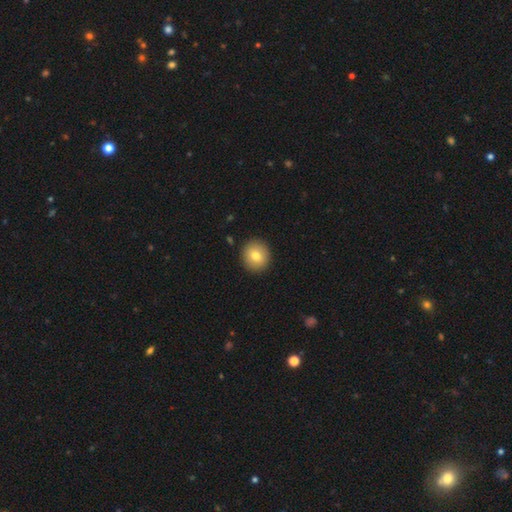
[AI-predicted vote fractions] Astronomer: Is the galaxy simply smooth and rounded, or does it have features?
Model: smooth — 79%.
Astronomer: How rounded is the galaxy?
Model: round — 88%.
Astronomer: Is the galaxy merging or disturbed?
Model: none — 91%.